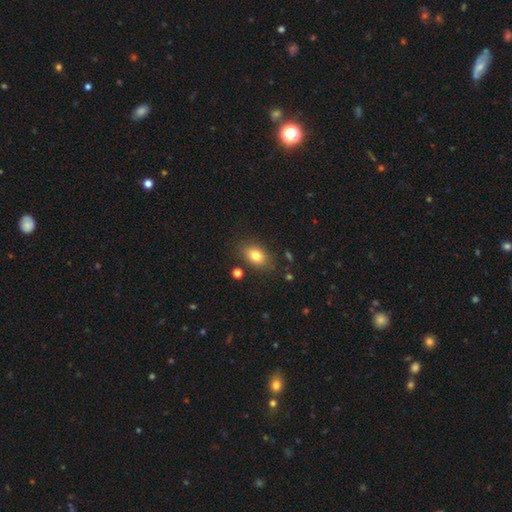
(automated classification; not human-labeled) smooth-or-featured: smooth: 80% | featured or disk: 11% | star or artifact: 10%
  how-rounded: in between: 80% | round: 18% | cigar-shaped: 2%
  merging: none: 82% | minor disturbance: 12% | major disturbance: 3% | merger: 3%